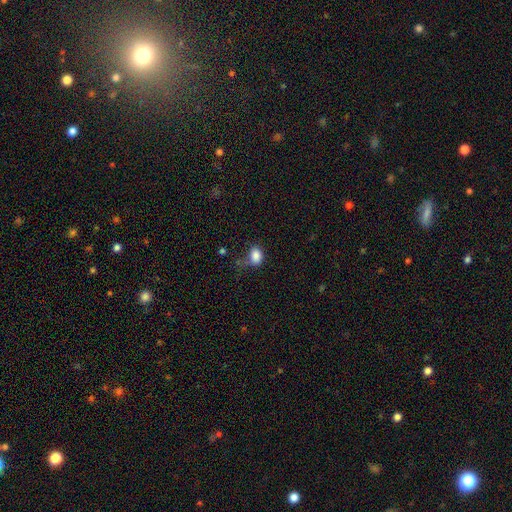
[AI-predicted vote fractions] This appears to be a smooth galaxy with no disk features (86%) that is in between round and cigar-shaped (77%). Merging: none (59%).